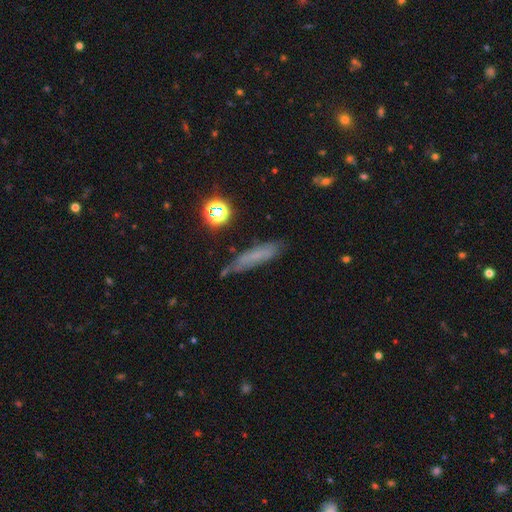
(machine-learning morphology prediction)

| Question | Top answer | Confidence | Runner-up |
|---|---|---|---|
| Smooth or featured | smooth | 56% | featured or disk (28%) |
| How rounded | cigar-shaped | 83% | in between (13%) |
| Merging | none | 67% | minor disturbance (22%) |